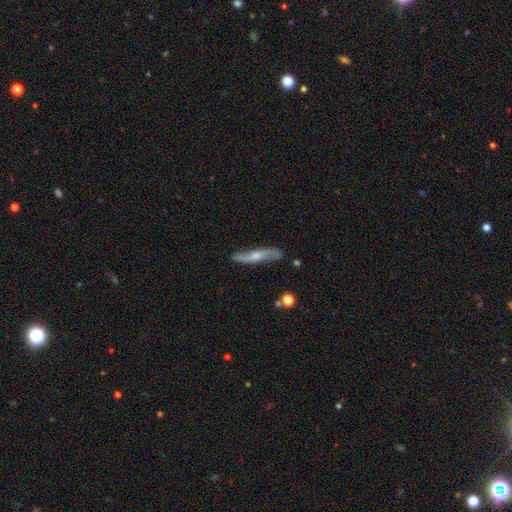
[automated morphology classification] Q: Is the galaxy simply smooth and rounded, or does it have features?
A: featured or disk — 68%.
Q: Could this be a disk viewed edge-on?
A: yes — 51%.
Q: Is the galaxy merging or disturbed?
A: none — 81%.